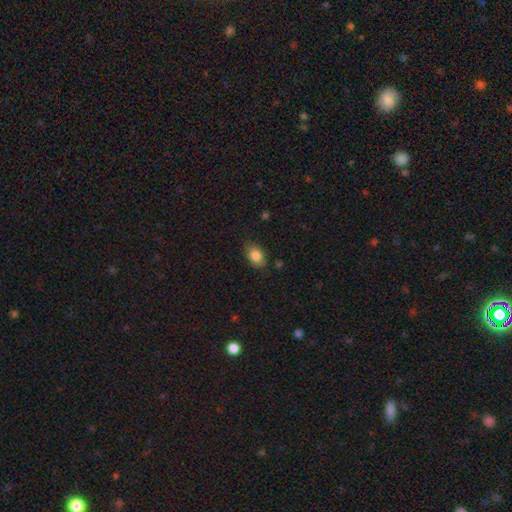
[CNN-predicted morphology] This is clearly a smooth galaxy (84%). How rounded: clearly in between (83%). Merging: clearly none (81%).